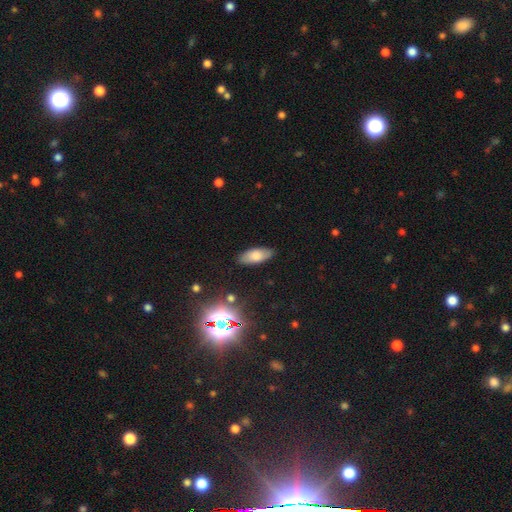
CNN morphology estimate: The model was most divided on "smooth or featured": smooth: 68%, featured or disk: 17%, star or artifact: 15%. More confident: merging — none (86%); how rounded — in between (79%).